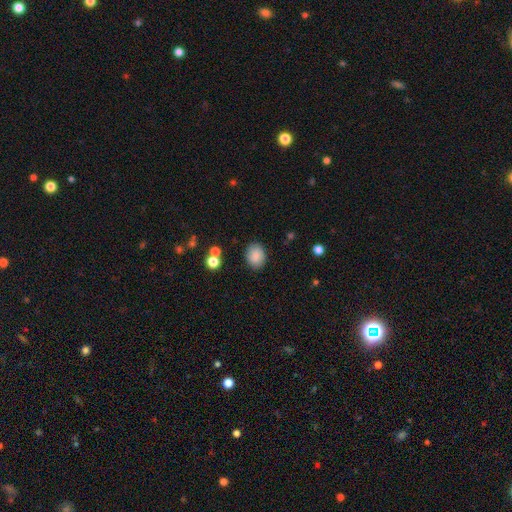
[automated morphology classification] The model was most divided on "how rounded": in between: 57%, round: 42%, cigar-shaped: 1%. More confident: smooth or featured — smooth (86%); merging — none (85%).